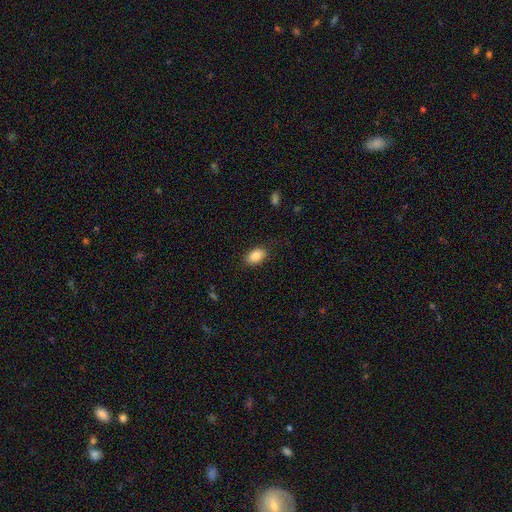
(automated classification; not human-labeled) Smooth or featured? Predicted: smooth (p=0.86). How rounded? Predicted: in between (p=0.89). Merging? Predicted: none (p=0.86).